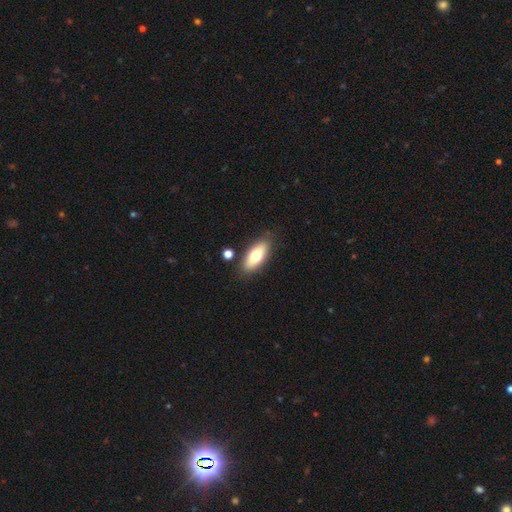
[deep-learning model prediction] Smooth or featured: smooth — 70% (featured or disk — 23%)
How rounded: in between — 78% (cigar-shaped — 19%)
Merging: none — 83% (minor disturbance — 10%)